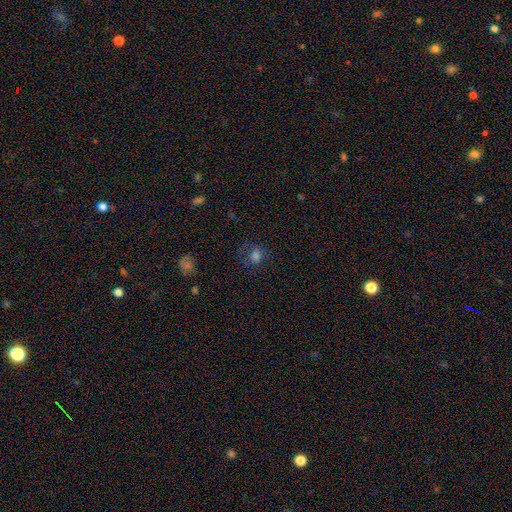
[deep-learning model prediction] smooth_or_featured: smooth (p=0.70) [alt: star or artifact p=0.18]
how_rounded: round (p=0.70) [alt: in between p=0.29]
merging: none (p=0.65) [alt: minor disturbance p=0.19]